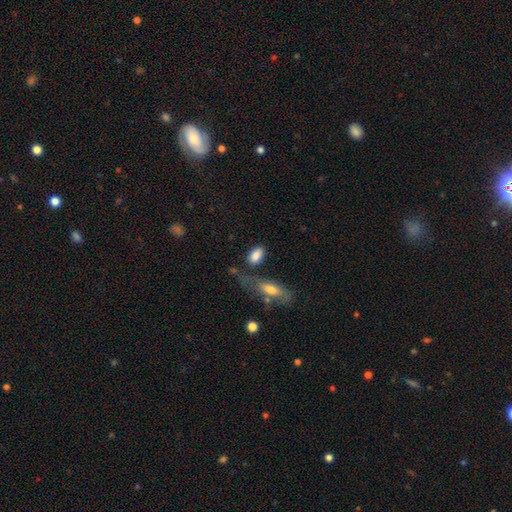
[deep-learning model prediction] smooth_or_featured: smooth (p=0.85) [alt: featured or disk p=0.08]
how_rounded: in between (p=0.88) [alt: round p=0.08]
merging: none (p=0.65) [alt: minor disturbance p=0.17]